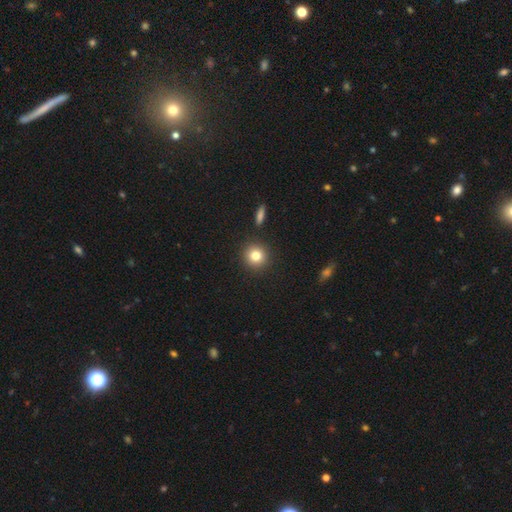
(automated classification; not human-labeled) smooth-or-featured: smooth: 81% | star or artifact: 11% | featured or disk: 8%
  how-rounded: round: 93% | in between: 6% | cigar-shaped: 1%
  merging: none: 89% | minor disturbance: 6% | merger: 3% | major disturbance: 2%